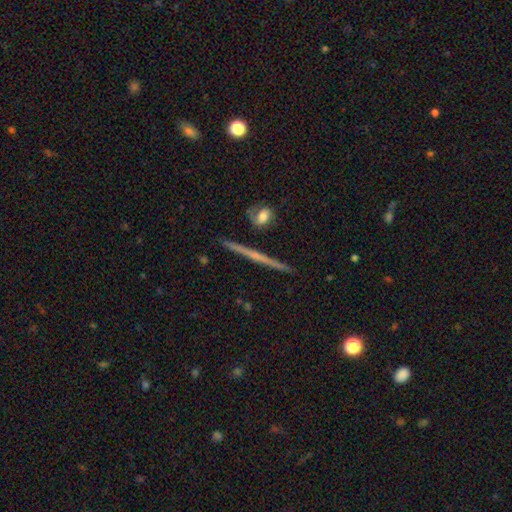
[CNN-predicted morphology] Smooth or featured? Predicted: featured or disk (p=0.69). Edge-on disk? Predicted: yes (p=0.98). Edge-on bulge? Predicted: none (p=0.62). Merging? Predicted: none (p=0.92).